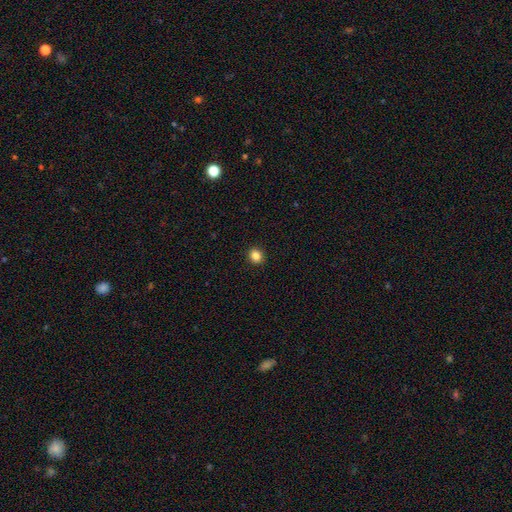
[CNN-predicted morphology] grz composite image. It shows a smooth galaxy with no disk features (85%) that is round (83%). Merging: none (93%).